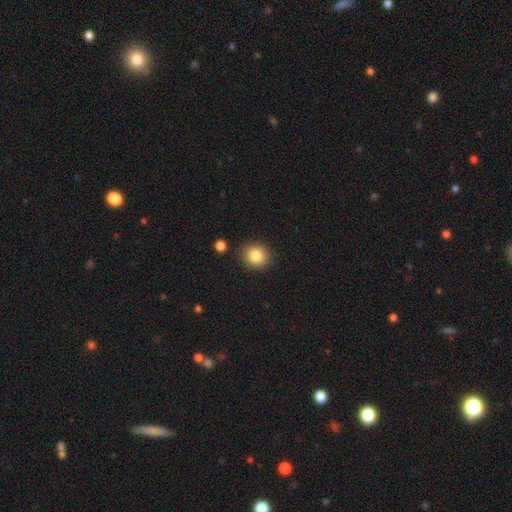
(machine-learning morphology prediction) Smooth or featured? smooth (85%)
How rounded? round (83%)
Merging? none (88%)